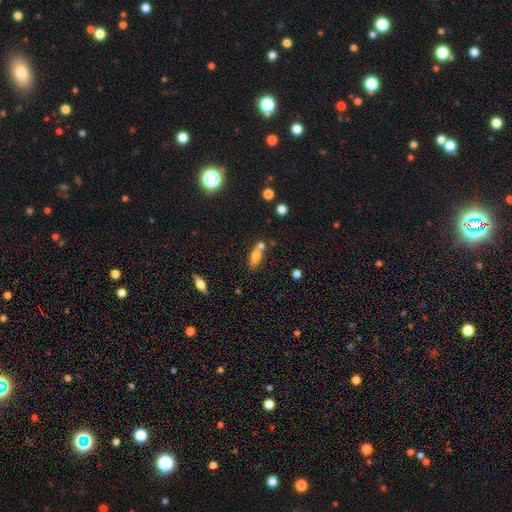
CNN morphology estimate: A smooth galaxy with no disk features (70%) that is in between round and cigar-shaped (69%).

Vote fractions:
- Smooth or featured? smooth: 70% / featured or disk: 18% / star or artifact: 11%
- How rounded? in between: 69% / cigar-shaped: 23% / round: 7%
- Merging? merger: 45% / none: 38% / minor disturbance: 12% / major disturbance: 5%